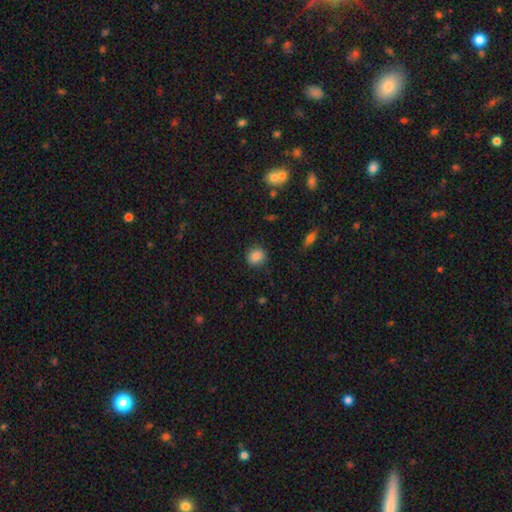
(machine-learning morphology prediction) A smooth galaxy with no disk features (85%) that is round (87%).

Vote fractions:
- Smooth or featured? smooth: 85% / star or artifact: 10% / featured or disk: 5%
- How rounded? round: 87% / in between: 12% / cigar-shaped: 1%
- Merging? none: 89% / minor disturbance: 8% / major disturbance: 2% / merger: 1%